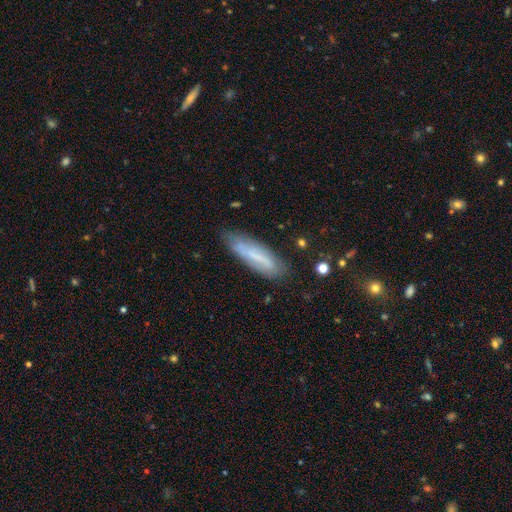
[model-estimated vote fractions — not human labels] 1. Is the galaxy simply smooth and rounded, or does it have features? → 52% smooth, 39% featured or disk, 8% star or artifact.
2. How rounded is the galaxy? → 69% cigar-shaped, 30% in between, 2% round.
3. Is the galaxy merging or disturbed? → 75% none, 18% minor disturbance, 4% major disturbance, 2% merger.